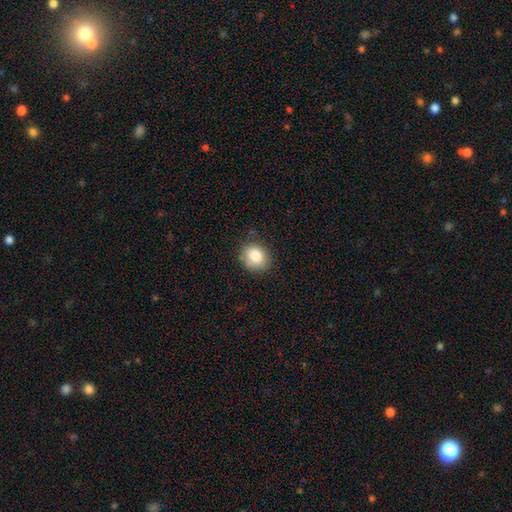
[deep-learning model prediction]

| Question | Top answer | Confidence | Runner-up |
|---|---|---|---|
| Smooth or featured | smooth | 82% | star or artifact (10%) |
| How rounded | round | 65% | in between (34%) |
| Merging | none | 77% | minor disturbance (17%) |